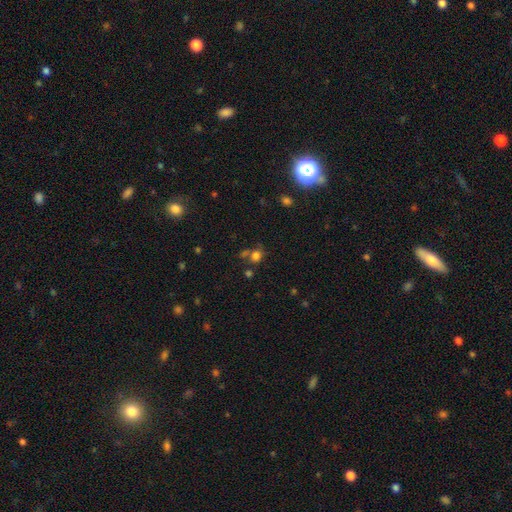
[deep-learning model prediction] A smooth galaxy with no disk features (69%) that is round (73%). Merging: none (53%).